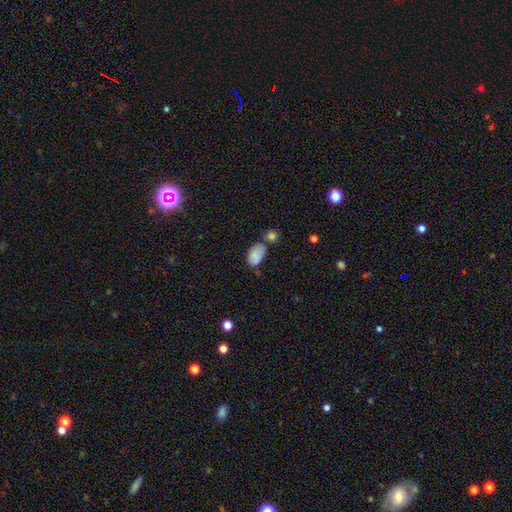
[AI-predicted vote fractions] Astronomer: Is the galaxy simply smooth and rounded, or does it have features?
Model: smooth — 83%.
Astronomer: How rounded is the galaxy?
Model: in between — 90%.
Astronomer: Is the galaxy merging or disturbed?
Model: none — 43% (runner-up: minor disturbance, 25%).